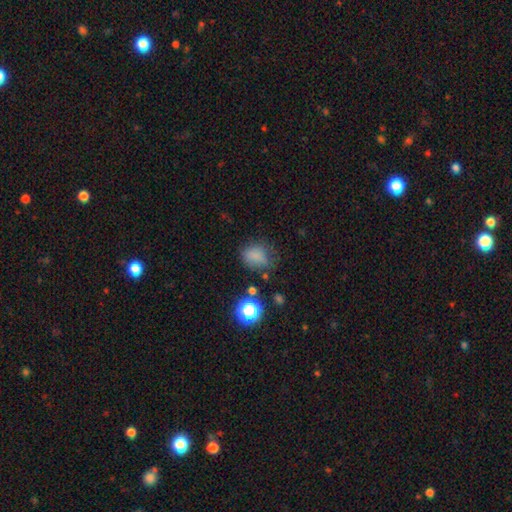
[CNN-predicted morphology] Smooth or featured? Predicted: smooth (p=0.74). How rounded? Predicted: in between (p=0.50). Merging? Predicted: none (p=0.55).